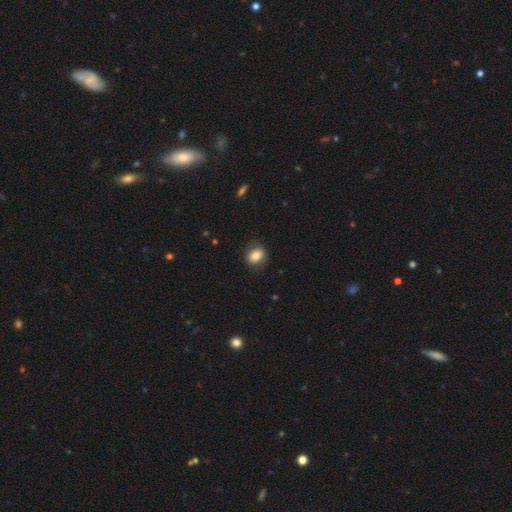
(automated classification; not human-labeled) Q: Smooth or featured?
A: smooth (80%); runner-up: featured or disk (12%)
Q: How rounded?
A: in between (56%); runner-up: round (43%)
Q: Merging?
A: none (79%); runner-up: minor disturbance (15%)